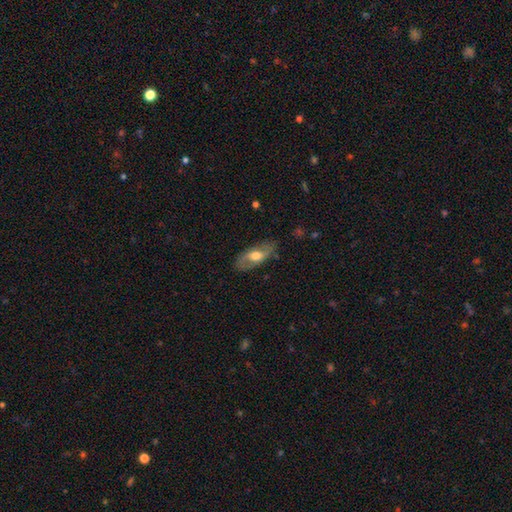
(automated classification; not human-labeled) The model was most divided on "smooth or featured": featured or disk: 52%, smooth: 42%, star or artifact: 6%. More confident: edge-on disk — no (81%); merging — none (78%).